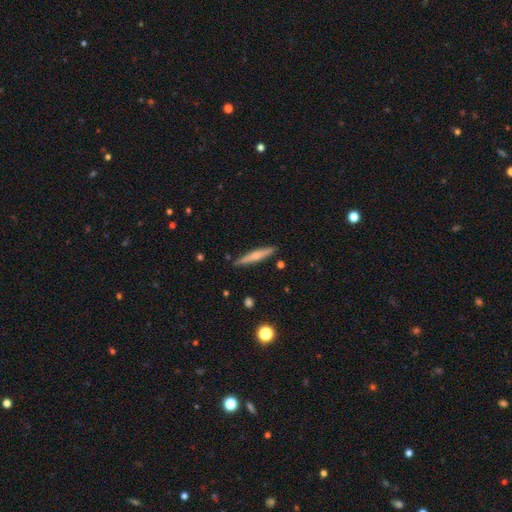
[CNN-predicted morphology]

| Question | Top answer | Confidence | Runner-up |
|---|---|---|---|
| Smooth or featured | smooth | 51% | featured or disk (43%) |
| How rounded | cigar-shaped | 92% | in between (6%) |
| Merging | none | 88% | minor disturbance (8%) |